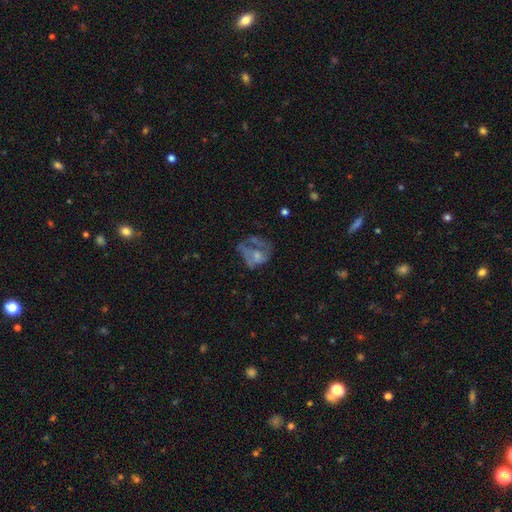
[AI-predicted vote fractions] Morphology: type=featured or disk (46%); merging=major disturbance (47%).